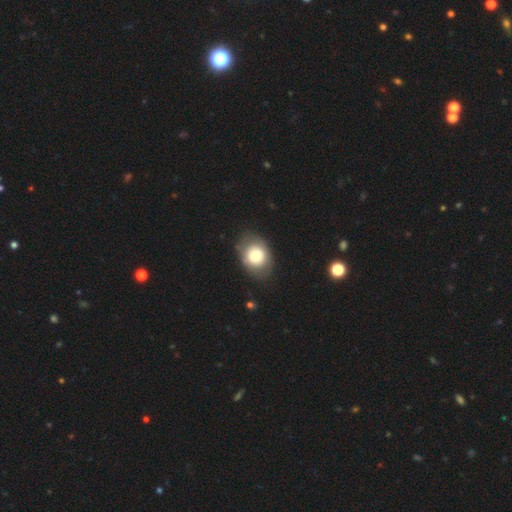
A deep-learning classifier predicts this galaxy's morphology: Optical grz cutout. It shows a smooth galaxy with no disk features (71%) that is in between round and cigar-shaped (57%). Merging: none (78%).